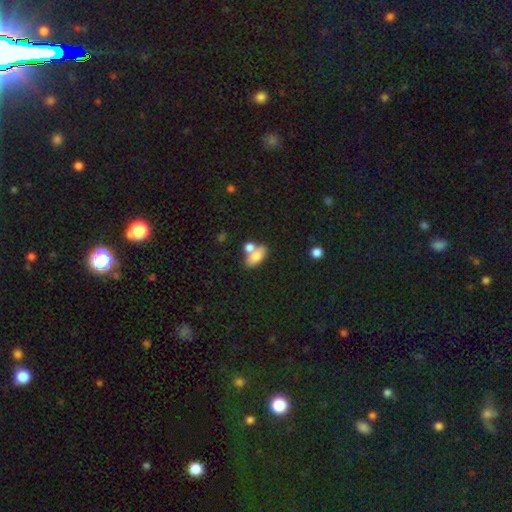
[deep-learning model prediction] Smooth or featured? Predicted: smooth (p=0.75). How rounded? Predicted: in between (p=0.87). Merging? Predicted: merger (p=0.44).